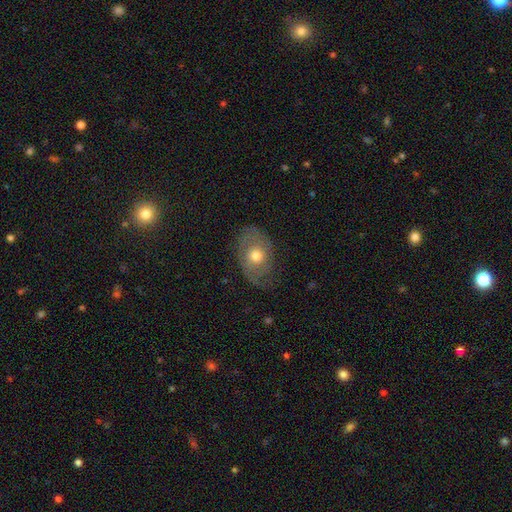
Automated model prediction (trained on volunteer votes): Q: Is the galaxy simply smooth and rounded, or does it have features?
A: featured or disk — 54%.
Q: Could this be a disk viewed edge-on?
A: no — 94%.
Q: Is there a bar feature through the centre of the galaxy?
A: no — 82%.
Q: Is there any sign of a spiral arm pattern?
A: yes — 67%.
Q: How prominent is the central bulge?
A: moderate — 73%.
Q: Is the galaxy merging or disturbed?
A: none — 66%.